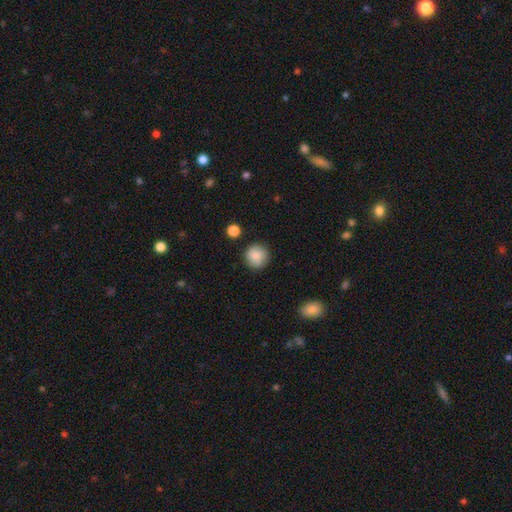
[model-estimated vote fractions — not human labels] Smooth or featured: smooth — 86% (star or artifact — 8%)
How rounded: round — 94% (in between — 5%)
Merging: none — 89% (minor disturbance — 7%)